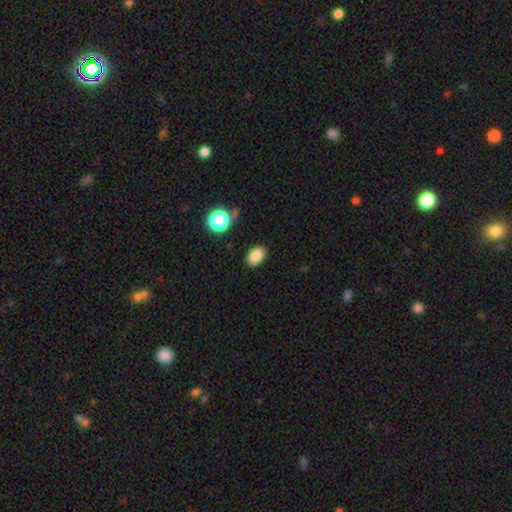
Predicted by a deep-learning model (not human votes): This is clearly a smooth galaxy (85%). How rounded: clearly in between (83%). Merging: clearly none (87%).